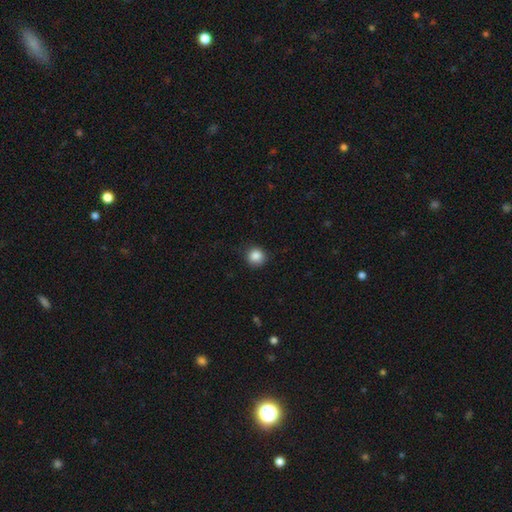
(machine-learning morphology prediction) Smooth or featured: smooth — 86% (star or artifact — 10%)
How rounded: round — 90% (in between — 9%)
Merging: none — 84% (minor disturbance — 12%)